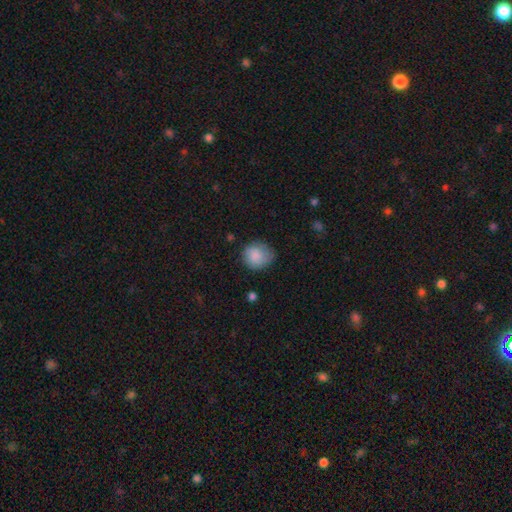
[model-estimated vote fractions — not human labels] Q: Smooth or featured?
A: smooth (85%); runner-up: featured or disk (8%)
Q: How rounded?
A: round (81%); runner-up: in between (18%)
Q: Merging?
A: none (67%); runner-up: minor disturbance (25%)